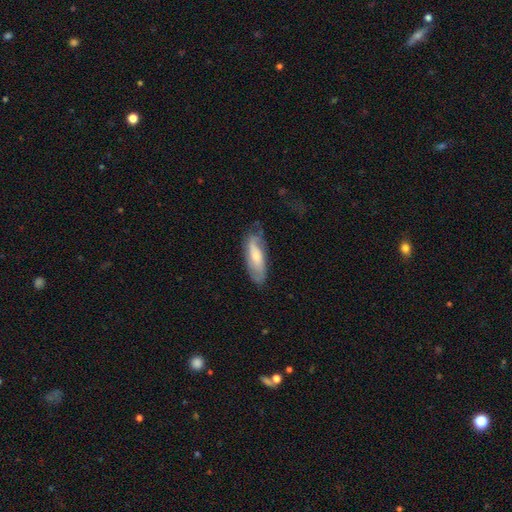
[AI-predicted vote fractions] Smooth or featured: smooth — 52% (featured or disk — 41%)
How rounded: in between — 60% (cigar-shaped — 38%)
Merging: none — 61% (minor disturbance — 27%)